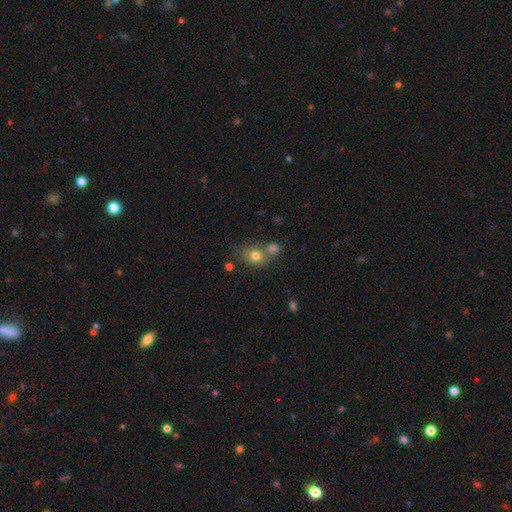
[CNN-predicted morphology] This appears to be a smooth galaxy with no disk features (77%) that is round (62%). Merging: none (48%).